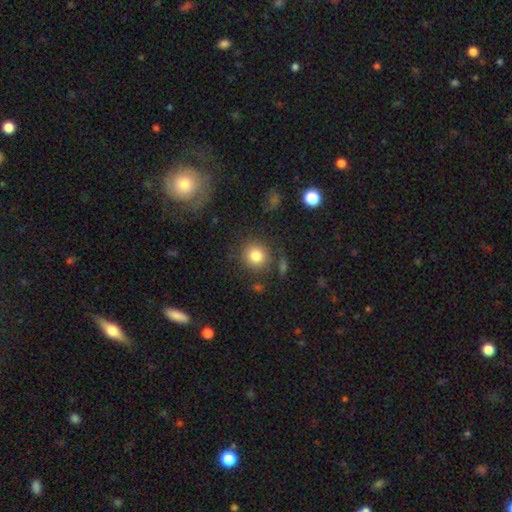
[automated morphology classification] The model was most divided on "smooth or featured": smooth: 82%, star or artifact: 10%, featured or disk: 8%. More confident: how rounded — round (89%); merging — none (83%).